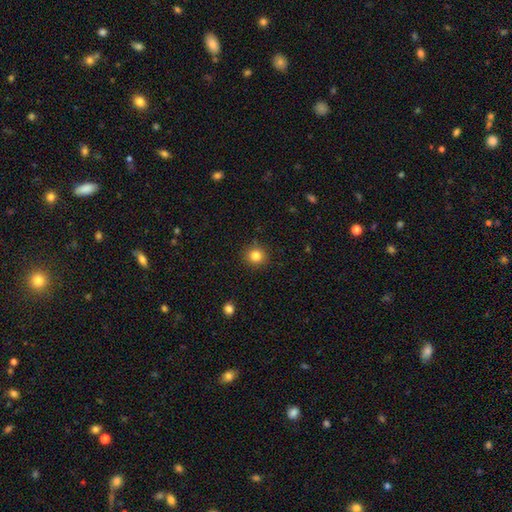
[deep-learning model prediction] Smooth or featured? Predicted: smooth (p=0.83). How rounded? Predicted: round (p=0.92). Merging? Predicted: none (p=0.90).